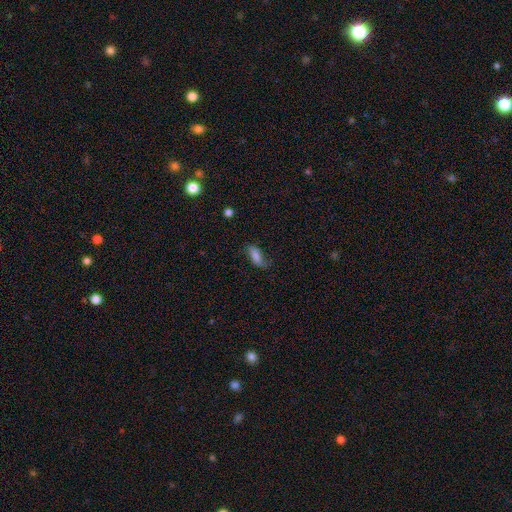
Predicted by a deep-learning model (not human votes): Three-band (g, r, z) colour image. It shows a smooth galaxy with no disk features (66%) that is in between round and cigar-shaped (81%). Merging: none (56%).